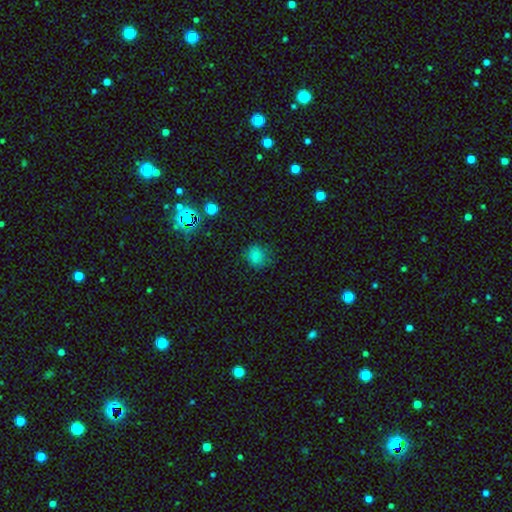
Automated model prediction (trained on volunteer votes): This appears to be a smooth galaxy with no disk features (79%) that is round (82%). Merging: none (81%).